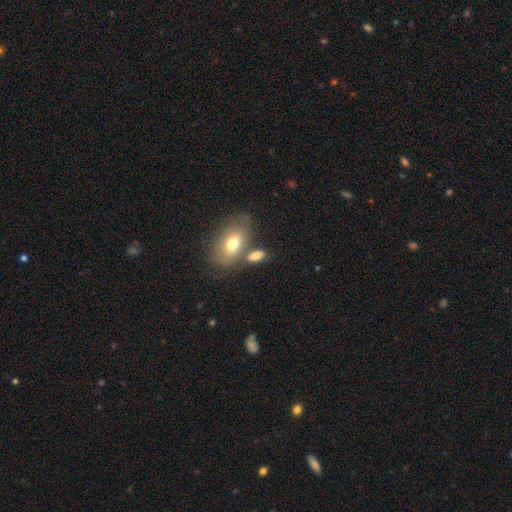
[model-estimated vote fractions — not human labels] Overall: smooth (77%). How rounded: in between (85%). Merging: none (50%; merger 30%).